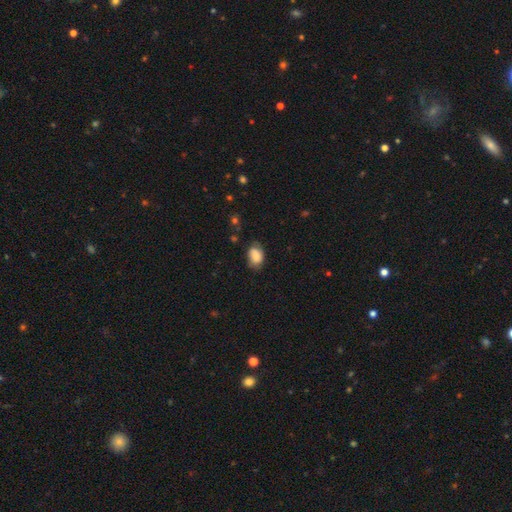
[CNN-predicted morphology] smooth_or_featured: smooth (p=0.78) [alt: featured or disk p=0.14]
how_rounded: in between (p=0.82) [alt: round p=0.16]
merging: none (p=0.68) [alt: minor disturbance p=0.24]